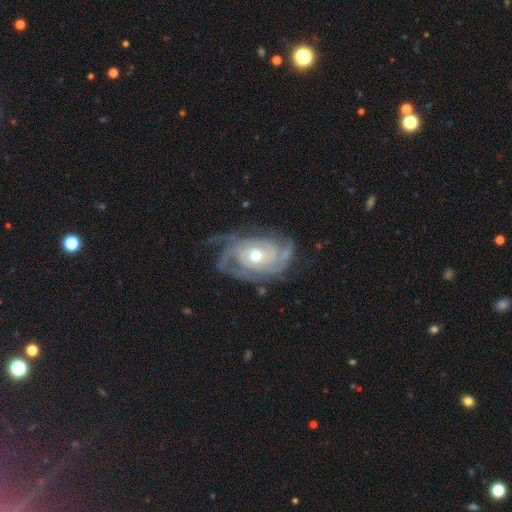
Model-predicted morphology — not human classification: This appears to be a featured or disk galaxy (88%) with no bar (78%), 2 (29%) tight (62%) spiral arms (95%) and a moderate central bulge (69%). Merging: none (62%).